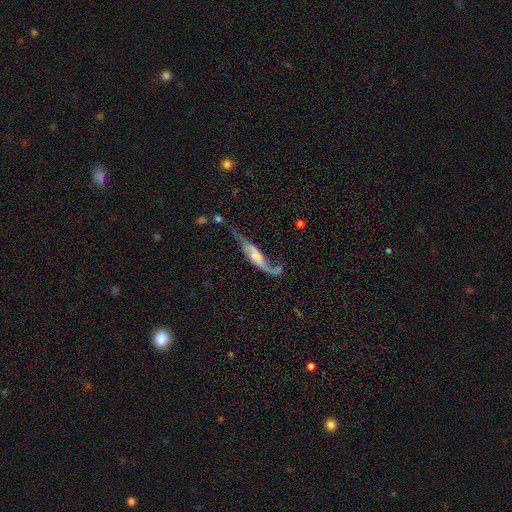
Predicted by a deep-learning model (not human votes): The model was most divided on "merging": none: 33%, major disturbance: 32%, minor disturbance: 22%, merger: 13%. Remaining: spiral arms — yes (85%); edge-on disk — no (76%); smooth or featured — featured or disk (71%); bar — no (51%); bulge size — none (36%).